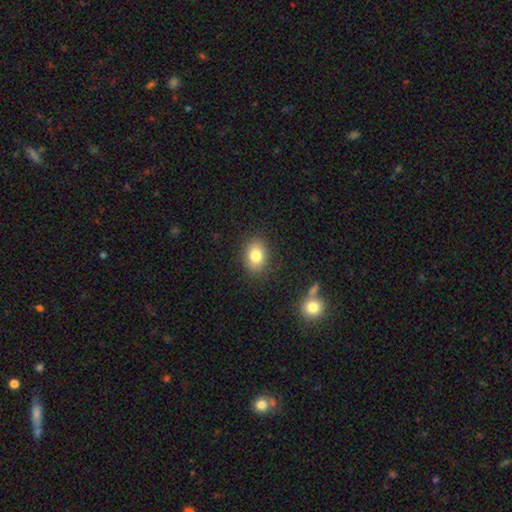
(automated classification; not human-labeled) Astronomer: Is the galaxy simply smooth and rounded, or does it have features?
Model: smooth — 81%.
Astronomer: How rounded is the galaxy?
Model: in between — 74%.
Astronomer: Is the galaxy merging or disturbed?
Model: none — 86%.